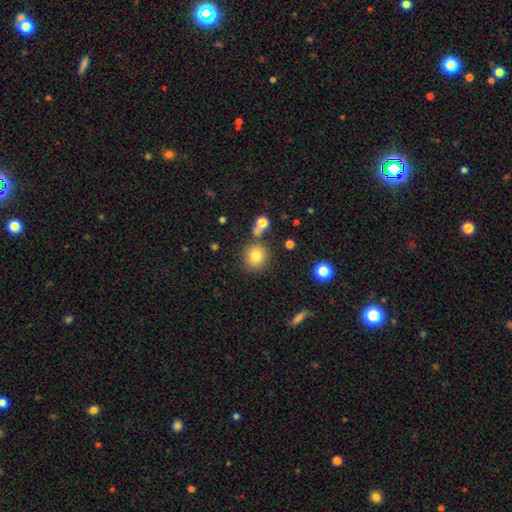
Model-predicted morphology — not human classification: smooth 80%, star or artifact 12%, featured or disk 8%. Down the decision tree: how rounded — round (88%); merging — none (76%).